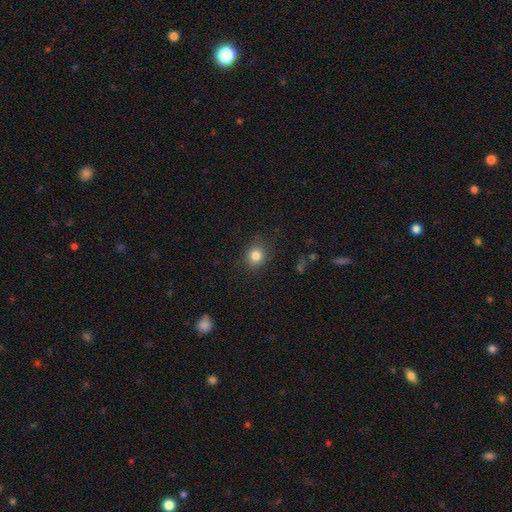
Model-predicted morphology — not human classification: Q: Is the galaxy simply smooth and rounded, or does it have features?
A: smooth — 83%.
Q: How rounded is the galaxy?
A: round — 71%.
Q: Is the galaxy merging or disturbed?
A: none — 85%.